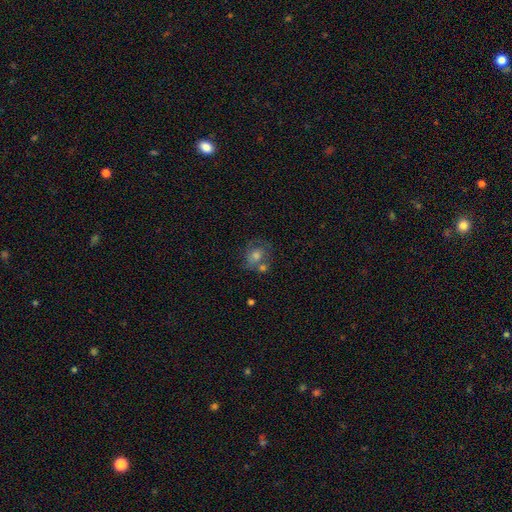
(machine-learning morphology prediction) A smooth galaxy with no disk features (45%).

Vote fractions:
- Smooth or featured? smooth: 45% / featured or disk: 40% / star or artifact: 15%
- Merging? none: 51% / merger: 23% / minor disturbance: 17% / major disturbance: 9%